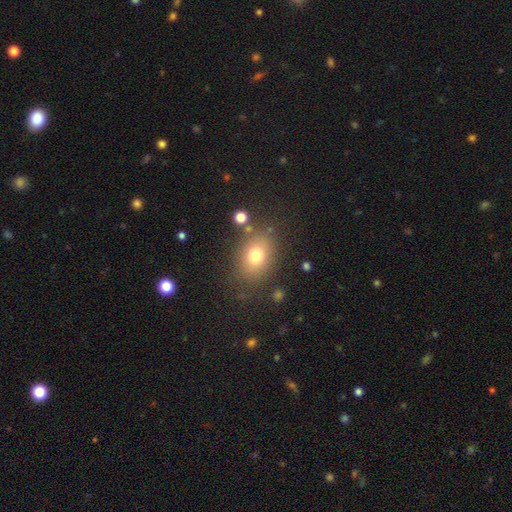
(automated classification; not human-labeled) Smooth or featured? smooth (75%)
How rounded? in between (64%)
Merging? none (78%)